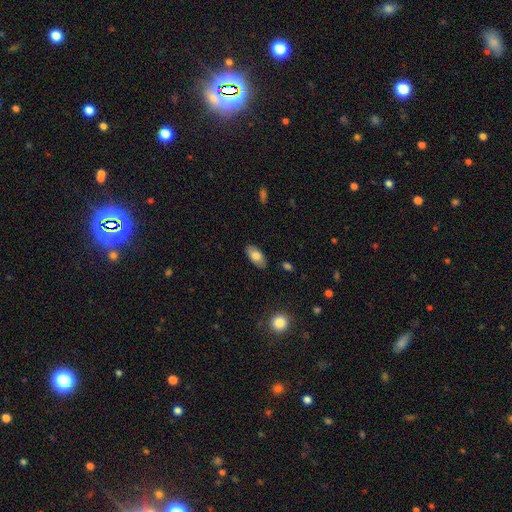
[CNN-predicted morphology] Smooth or featured? Predicted: smooth (p=0.78). How rounded? Predicted: in between (p=0.93). Merging? Predicted: none (p=0.86).